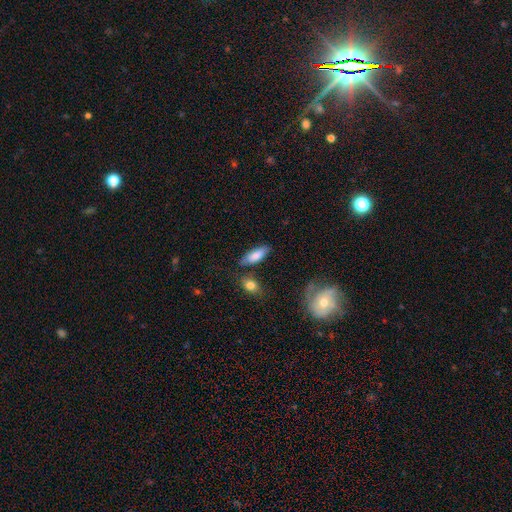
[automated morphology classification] This is likely a smooth galaxy (78%). How rounded: likely in between (75%). Merging: likely none (69%).